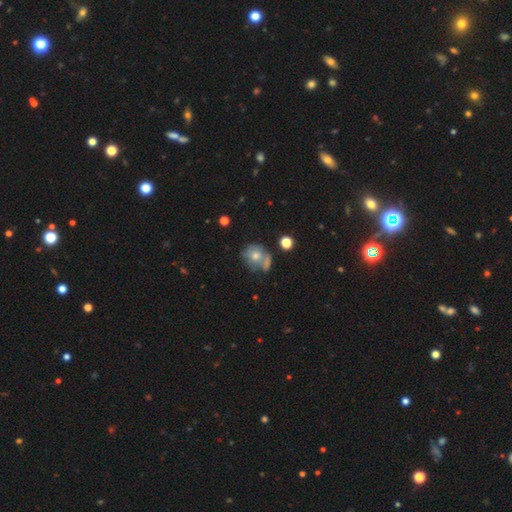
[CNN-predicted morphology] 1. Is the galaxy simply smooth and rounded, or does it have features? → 51% smooth, 36% featured or disk, 14% star or artifact.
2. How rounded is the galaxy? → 72% round, 26% in between, 1% cigar-shaped.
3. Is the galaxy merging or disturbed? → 46% none, 21% merger, 21% minor disturbance, 12% major disturbance.